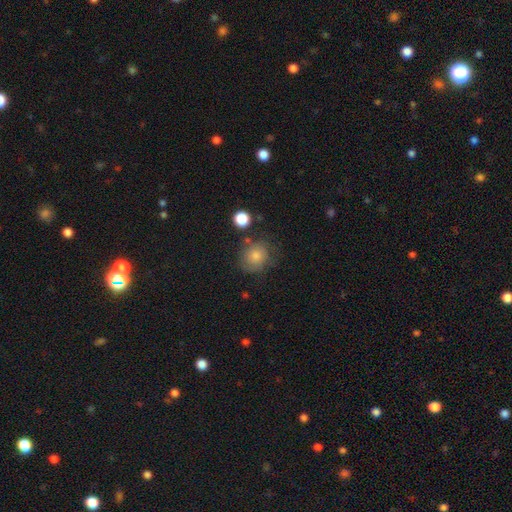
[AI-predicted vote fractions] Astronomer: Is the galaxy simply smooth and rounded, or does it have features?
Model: smooth — 72%.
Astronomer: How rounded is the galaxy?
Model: round — 83%.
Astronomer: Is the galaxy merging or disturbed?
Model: none — 72%.